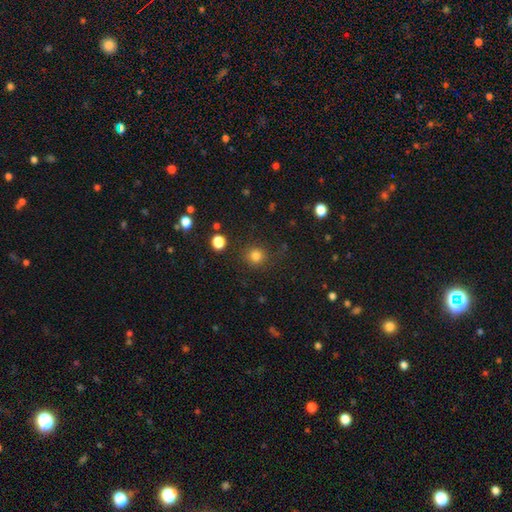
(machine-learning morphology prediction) A smooth galaxy with no disk features (82%) that is round (91%).

Vote fractions:
- Smooth or featured? smooth: 82% / star or artifact: 13% / featured or disk: 5%
- How rounded? round: 91% / in between: 8% / cigar-shaped: 1%
- Merging? none: 86% / minor disturbance: 9% / major disturbance: 4% / merger: 2%